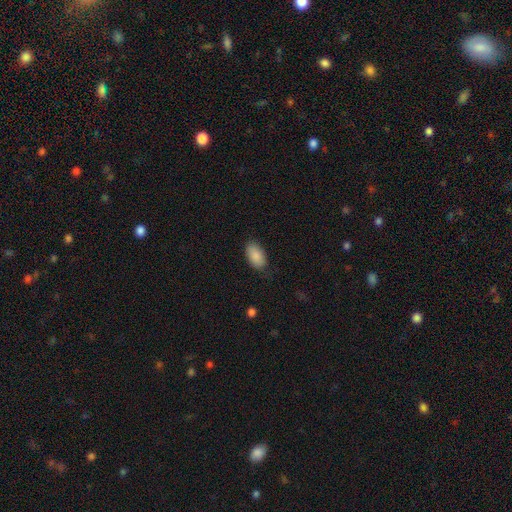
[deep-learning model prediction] A smooth galaxy with no disk features (89%) that is in between round and cigar-shaped (94%). Merging: none (81%).